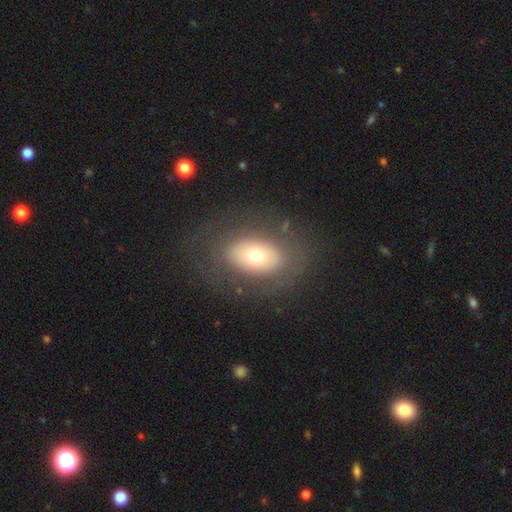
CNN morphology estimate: Smooth or featured?
  - smooth: 56% *
  - featured or disk: 35%
  - star or artifact: 9%
How rounded?
  - in between: 79% *
  - round: 20%
  - cigar-shaped: 1%
Merging?
  - none: 76% *
  - minor disturbance: 13%
  - major disturbance: 10%
  - merger: 1%